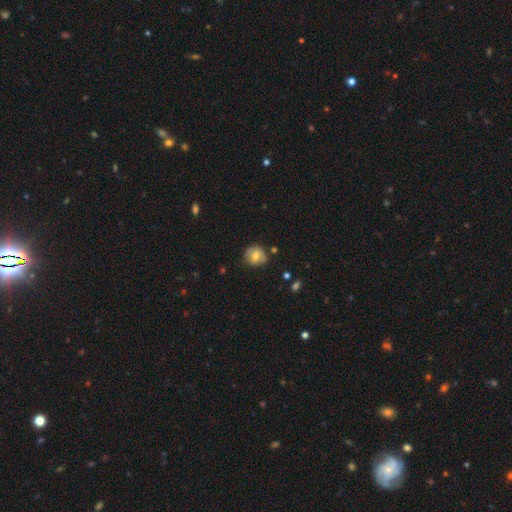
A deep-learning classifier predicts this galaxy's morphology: The model was most divided on "merging": none: 66%, minor disturbance: 25%, major disturbance: 5%, merger: 3%. More confident: how rounded — round (81%); smooth or featured — smooth (68%).